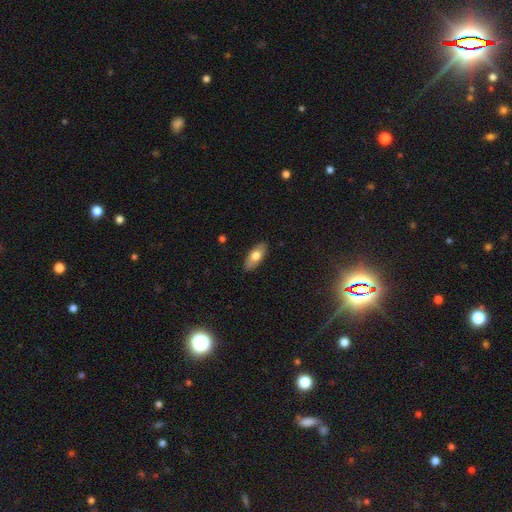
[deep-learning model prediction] A smooth galaxy with no disk features (70%) that is in between round and cigar-shaped (87%).

Vote fractions:
- Smooth or featured? smooth: 70% / featured or disk: 24% / star or artifact: 6%
- How rounded? in between: 87% / cigar-shaped: 10% / round: 3%
- Merging? none: 87% / minor disturbance: 10% / major disturbance: 2% / merger: 1%